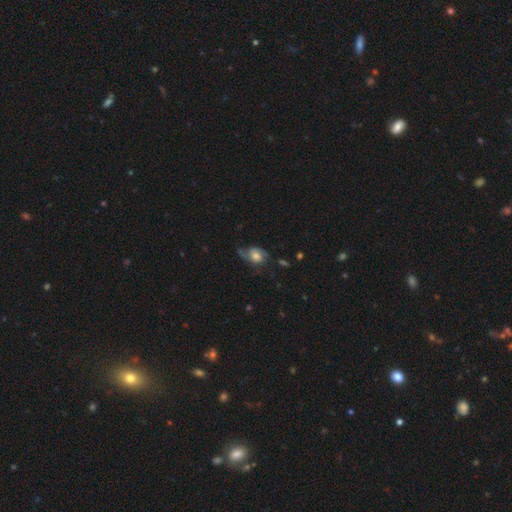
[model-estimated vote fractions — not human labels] Smooth or featured?
  - featured or disk: 61% *
  - smooth: 31%
  - star or artifact: 8%
Edge-on disk?
  - no: 96% *
  - yes: 4%
Bar?
  - no: 69% *
  - weak: 26%
  - strong: 5%
Spiral arms?
  - yes: 88% *
  - no: 12%
Spiral winding?
  - medium: 40% *
  - loose: 39%
  - tight: 22%
Spiral arm count?
  - 2: 76% *
  - 1: 10%
  - can't tell: 9%
  - 3: 2%
  - 4: 1%
  - more than 4: 1%
Bulge size?
  - moderate: 44% *
  - large: 29%
  - small: 17%
  - none: 6%
  - dominant: 4%
Merging?
  - none: 48% *
  - minor disturbance: 28%
  - major disturbance: 22%
  - merger: 3%